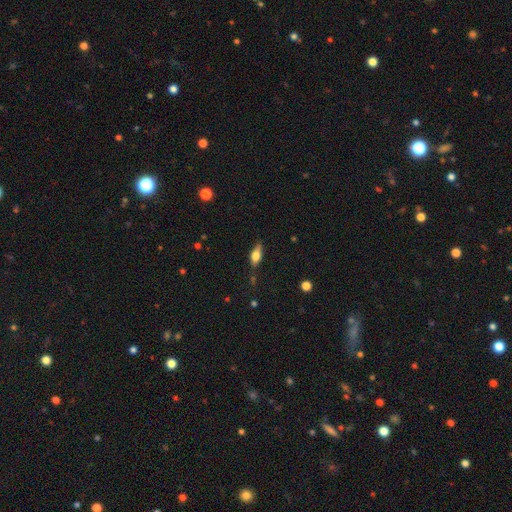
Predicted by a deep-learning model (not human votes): Smooth or featured? smooth (58%)
How rounded? in between (71%)
Merging? none (75%)